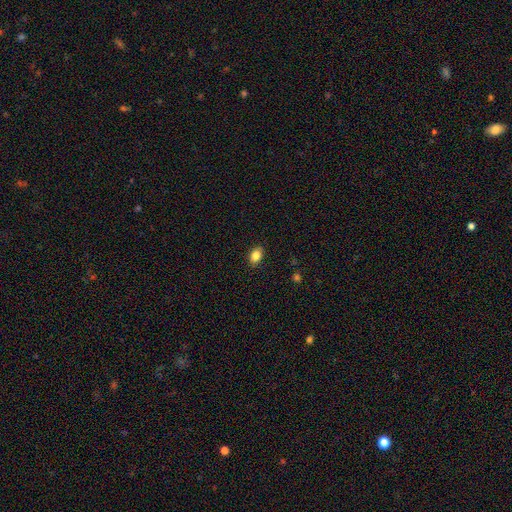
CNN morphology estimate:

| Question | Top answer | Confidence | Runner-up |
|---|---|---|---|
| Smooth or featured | smooth | 85% | star or artifact (9%) |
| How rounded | in between | 79% | round (20%) |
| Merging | none | 88% | minor disturbance (9%) |